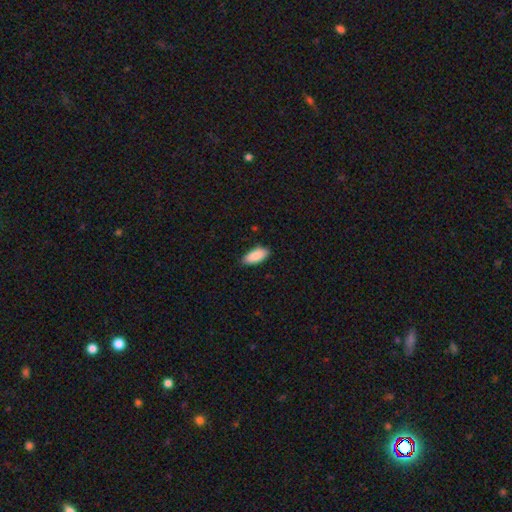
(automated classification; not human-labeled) Q: Smooth or featured?
A: smooth (89%); runner-up: star or artifact (6%)
Q: How rounded?
A: in between (87%); runner-up: cigar-shaped (11%)
Q: Merging?
A: none (85%); runner-up: minor disturbance (12%)